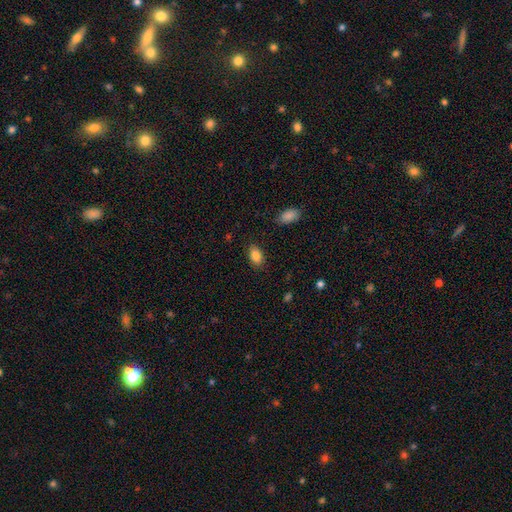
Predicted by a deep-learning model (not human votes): This appears to be a smooth galaxy with no disk features (85%) that is in between round and cigar-shaped (89%). Merging: none (86%).